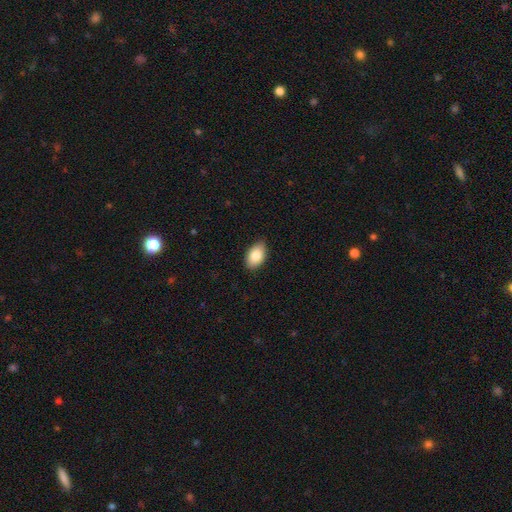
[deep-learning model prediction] Smooth or featured? Predicted: smooth (p=0.84). How rounded? Predicted: in between (p=0.91). Merging? Predicted: none (p=0.84).